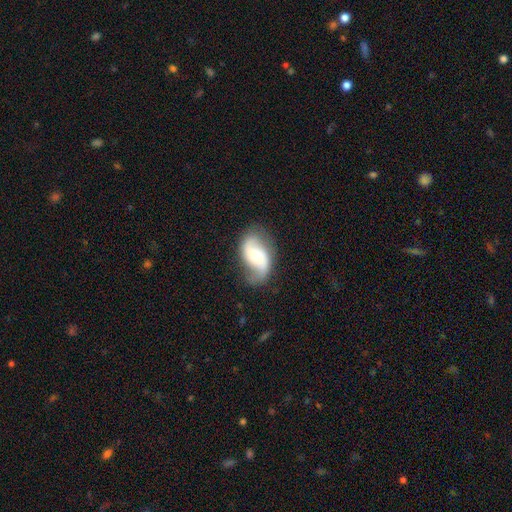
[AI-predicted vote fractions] featured or disk 72%, smooth 22%, star or artifact 6%. Down the decision tree: edge-on disk — no (97%); bar — no (40%); spiral arms — yes (92%); spiral arm count — 2 (87%); spiral winding — loose (65%); bulge size — moderate (48%); merging — none (67%).